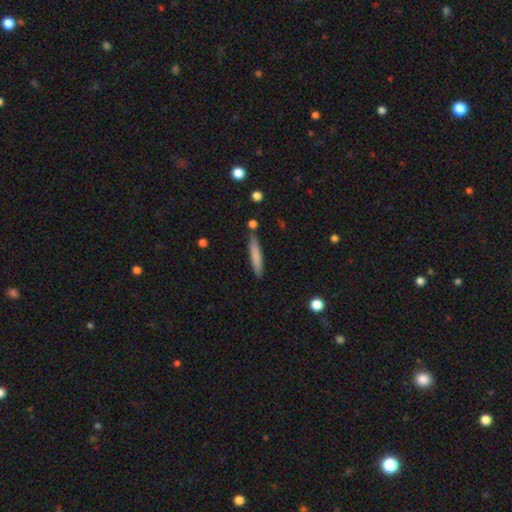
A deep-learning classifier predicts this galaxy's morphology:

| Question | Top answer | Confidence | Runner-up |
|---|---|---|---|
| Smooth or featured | smooth | 76% | featured or disk (18%) |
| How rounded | cigar-shaped | 92% | in between (7%) |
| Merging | none | 84% | minor disturbance (10%) |